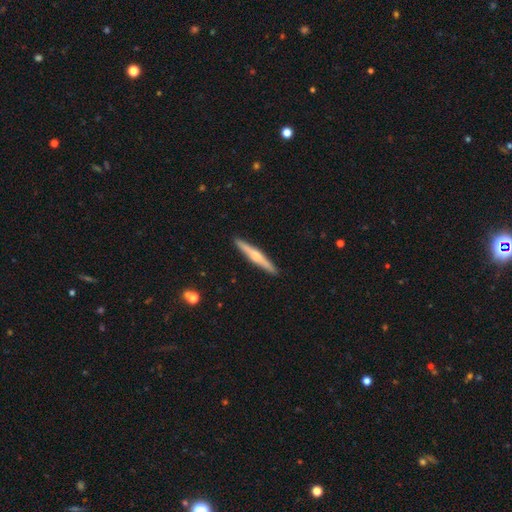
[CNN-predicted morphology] Smooth or featured?
  - featured or disk: 57% *
  - smooth: 37%
  - star or artifact: 5%
Edge-on disk?
  - yes: 98% *
  - no: 2%
Edge-on bulge?
  - rounded: 75% *
  - none: 16%
  - boxy: 10%
Merging?
  - none: 92% *
  - minor disturbance: 6%
  - major disturbance: 1%
  - merger: 1%